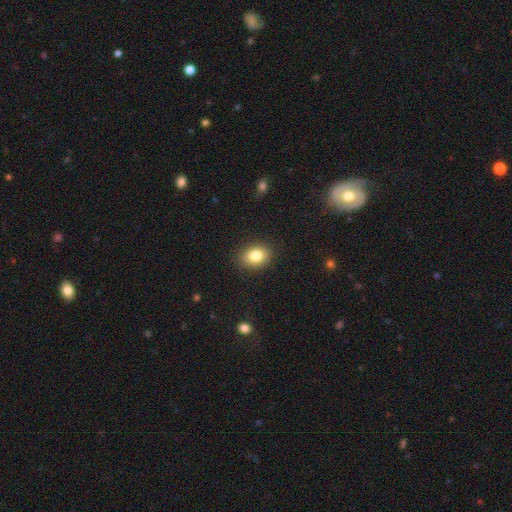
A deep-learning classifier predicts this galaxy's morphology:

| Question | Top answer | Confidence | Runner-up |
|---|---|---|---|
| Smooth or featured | smooth | 83% | star or artifact (9%) |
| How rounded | in between | 63% | round (35%) |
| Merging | none | 88% | minor disturbance (8%) |